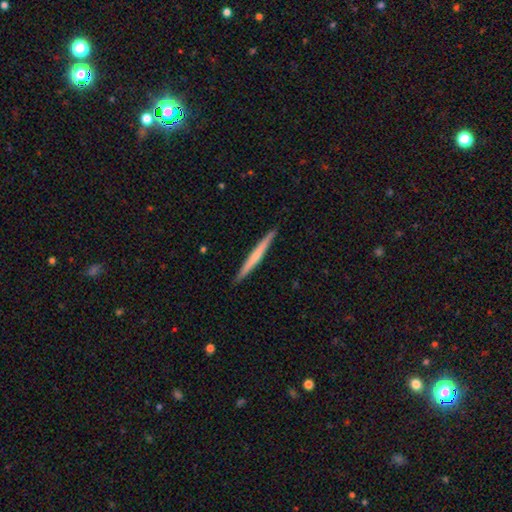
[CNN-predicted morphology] A featured or disk galaxy (48%). Merging: none (92%).